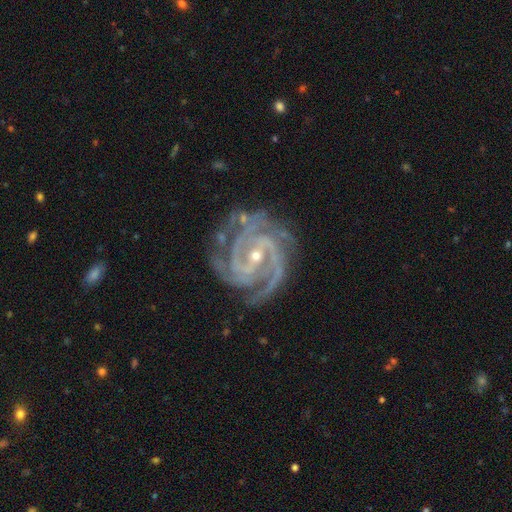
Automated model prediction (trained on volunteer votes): Morphology: type=featured or disk (94%); edge-on=no (98%); bar=weak (41%); spiral arms=yes (99%); winding=tight (67%); arm count=3 (43%); bulge=small (65%); merging=none (76%).